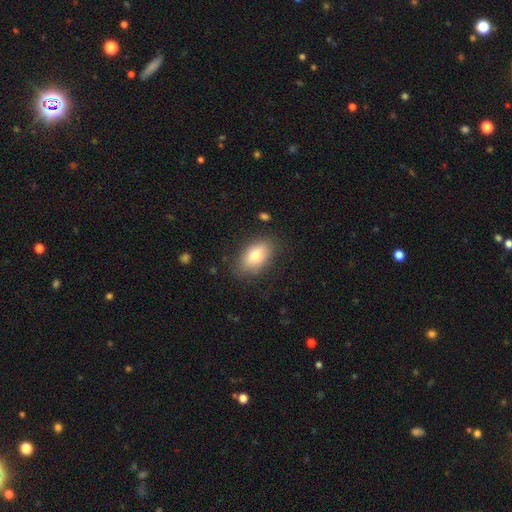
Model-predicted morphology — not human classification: This is likely a smooth galaxy (75%). How rounded: clearly in between (89%). Merging: clearly none (81%).